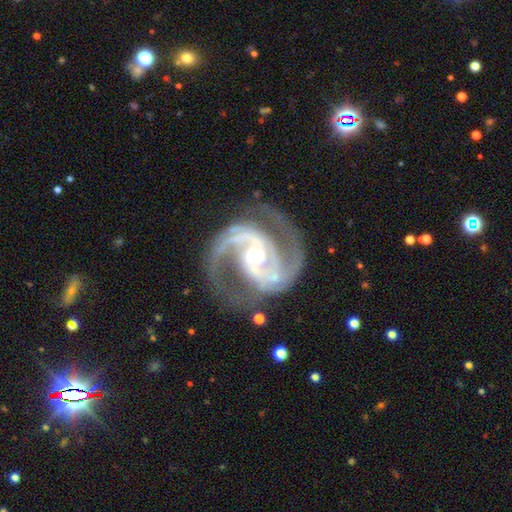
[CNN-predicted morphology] Smooth or featured? featured or disk (93%)
Edge-on disk? no (98%)
Bar? no (41%)
Spiral arms? yes (99%)
Spiral winding? medium (63%)
Spiral arm count? 2 (89%)
Bulge size? moderate (48%, tied with small)
Merging? none (77%)